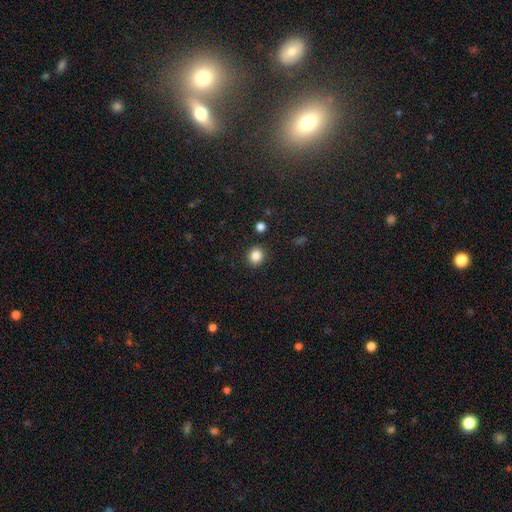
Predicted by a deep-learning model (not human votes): This appears to be a smooth galaxy with no disk features (85%) that is round (83%). Merging: none (91%).